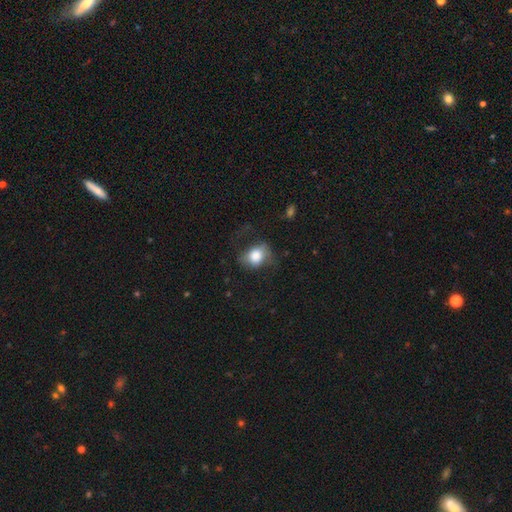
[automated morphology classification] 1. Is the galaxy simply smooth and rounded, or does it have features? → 72% smooth, 20% featured or disk, 8% star or artifact.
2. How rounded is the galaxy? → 51% in between, 48% round, 1% cigar-shaped.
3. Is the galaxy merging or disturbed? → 49% none, 25% minor disturbance, 24% major disturbance, 2% merger.